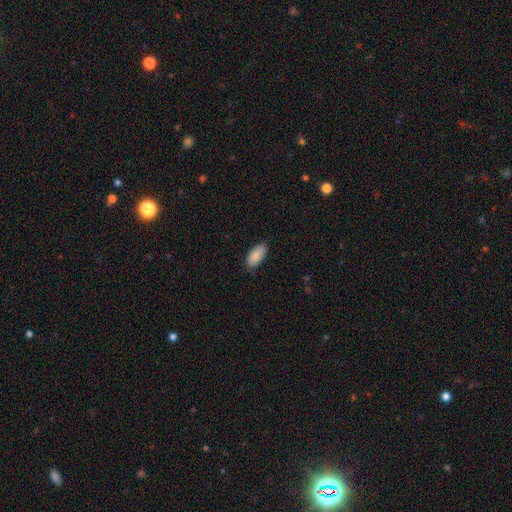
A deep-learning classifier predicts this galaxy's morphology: This appears to be a smooth galaxy with no disk features (87%) that is in between round and cigar-shaped (92%). Merging: none (83%).